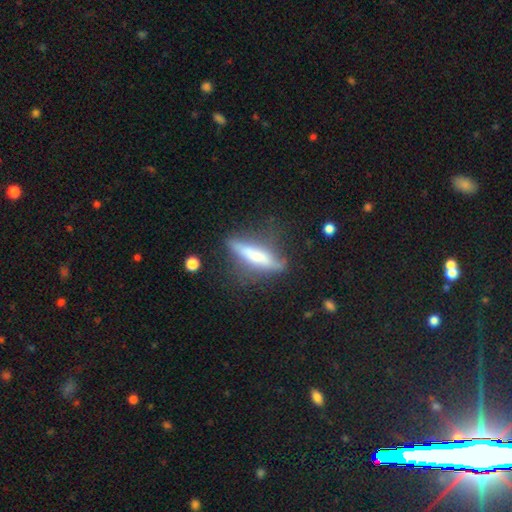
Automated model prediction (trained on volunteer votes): Smooth or featured?
  - featured or disk: 52% *
  - smooth: 41%
  - star or artifact: 7%
Edge-on disk?
  - yes: 83% *
  - no: 17%
Merging?
  - none: 65% *
  - minor disturbance: 22%
  - major disturbance: 10%
  - merger: 4%